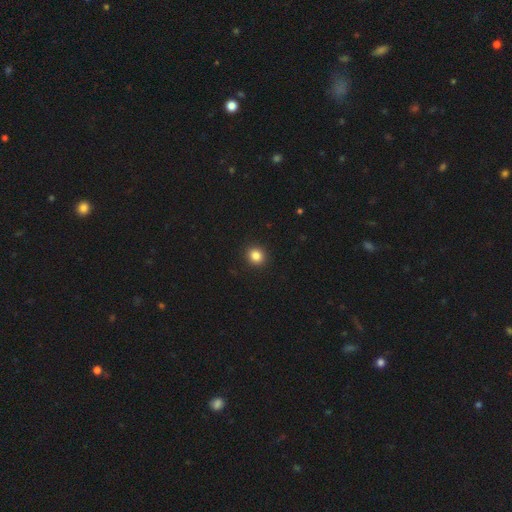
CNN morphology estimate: A smooth galaxy with no disk features (85%) that is round (86%). Merging: none (93%).